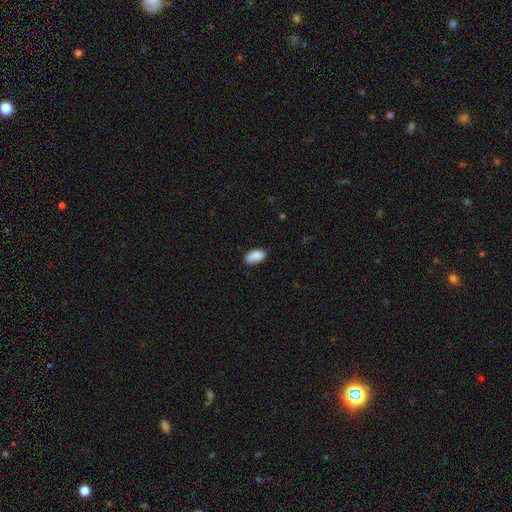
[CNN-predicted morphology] Smooth or featured? smooth (83%)
How rounded? in between (93%)
Merging? none (65%)